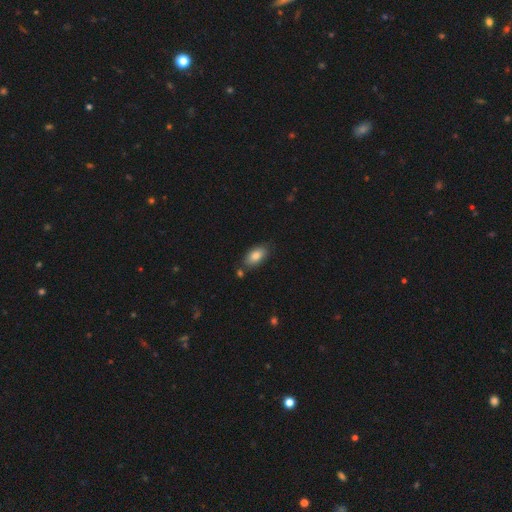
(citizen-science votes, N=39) smooth-or-featured: smooth: 79% | featured or disk: 10% | star or artifact: 10%
  how-rounded: in between: 97% | cigar-shaped: 3% | round: 0%
  merging: none: 69% | minor disturbance: 26% | major disturbance: 3% | merger: 3%